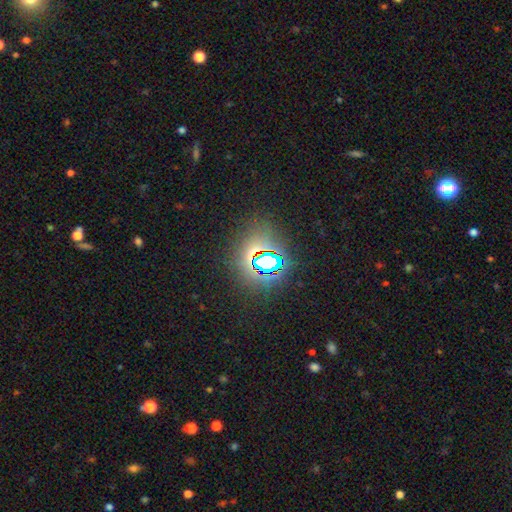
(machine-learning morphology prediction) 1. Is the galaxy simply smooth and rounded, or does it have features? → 67% star or artifact, 23% smooth, 10% featured or disk.